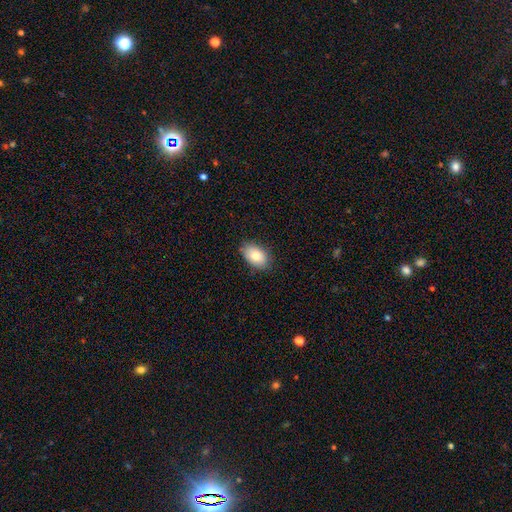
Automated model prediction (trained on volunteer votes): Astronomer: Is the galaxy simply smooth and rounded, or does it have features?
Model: smooth — 83%.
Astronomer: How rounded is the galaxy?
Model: in between — 91%.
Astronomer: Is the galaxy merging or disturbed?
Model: none — 83%.